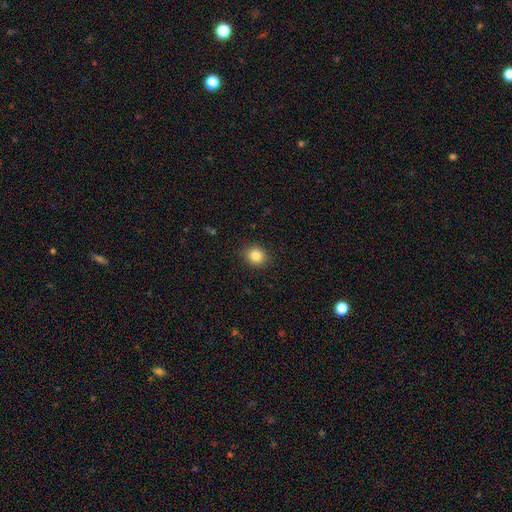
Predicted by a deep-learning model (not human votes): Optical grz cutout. It shows a smooth galaxy with no disk features (84%) that is round (70%). Merging: none (88%).